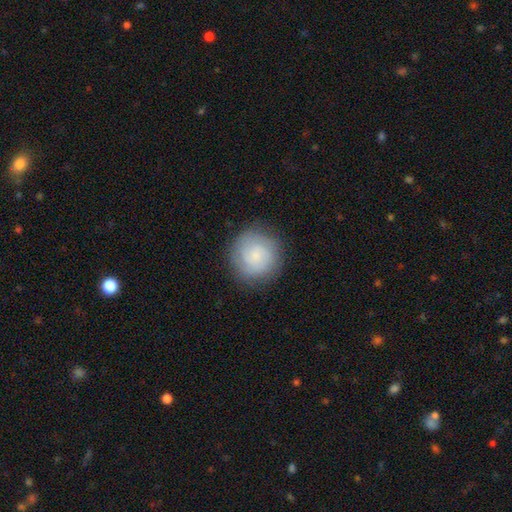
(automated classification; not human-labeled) smooth_or_featured: smooth (p=0.56) [alt: featured or disk p=0.36]
how_rounded: round (p=0.93) [alt: in between p=0.06]
merging: none (p=0.85) [alt: minor disturbance p=0.11]